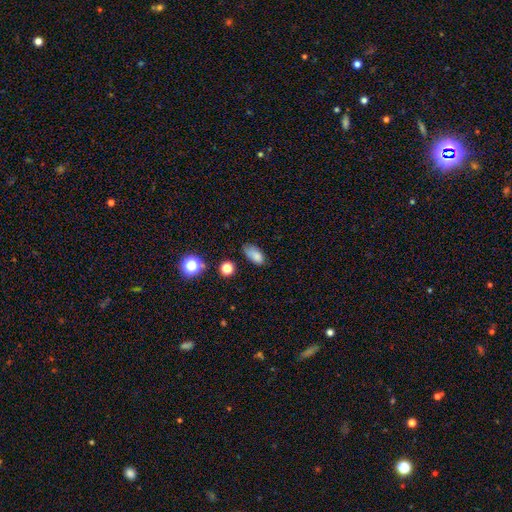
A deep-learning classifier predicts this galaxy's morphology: This appears to be a smooth galaxy with no disk features (81%) that is in between round and cigar-shaped (88%). Merging: none (57%).